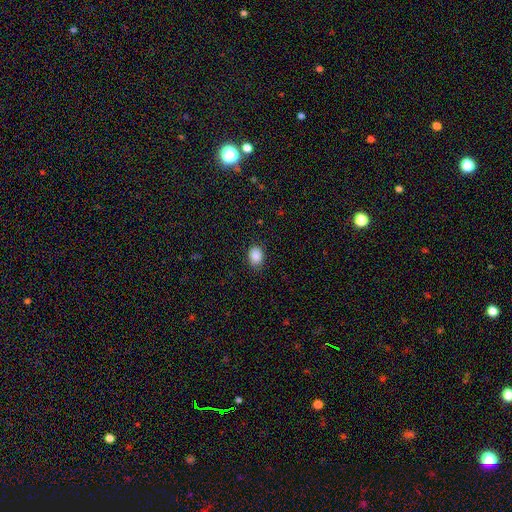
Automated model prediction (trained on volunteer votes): Smooth or featured?
  - smooth: 88% *
  - star or artifact: 9%
  - featured or disk: 3%
How rounded?
  - in between: 69% *
  - round: 30%
  - cigar-shaped: 1%
Merging?
  - none: 84% *
  - minor disturbance: 12%
  - major disturbance: 3%
  - merger: 1%